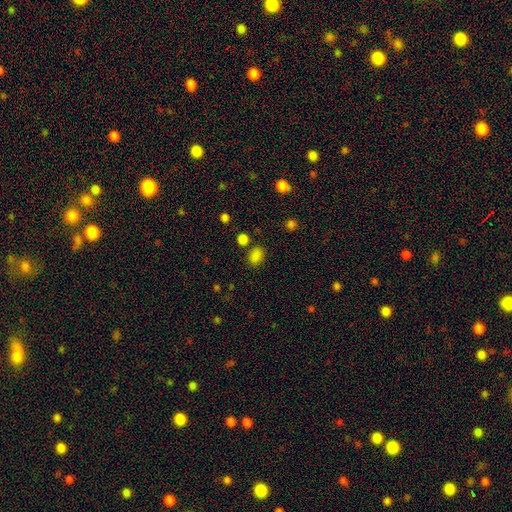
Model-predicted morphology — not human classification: This is clearly a smooth galaxy (81%). How rounded: likely in between (68%). Merging: likely none (77%).